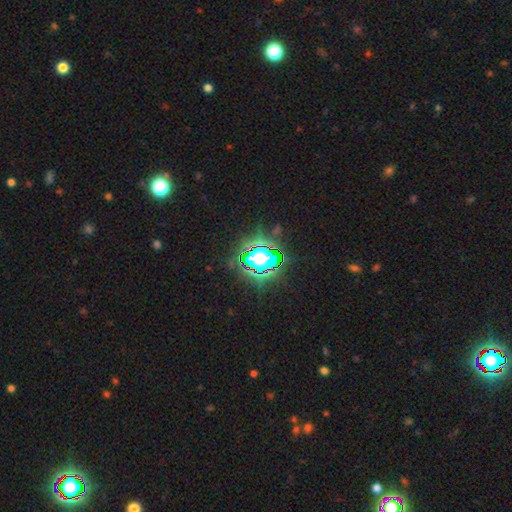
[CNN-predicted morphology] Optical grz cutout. It shows a star or artifact, not a galaxy (84%).